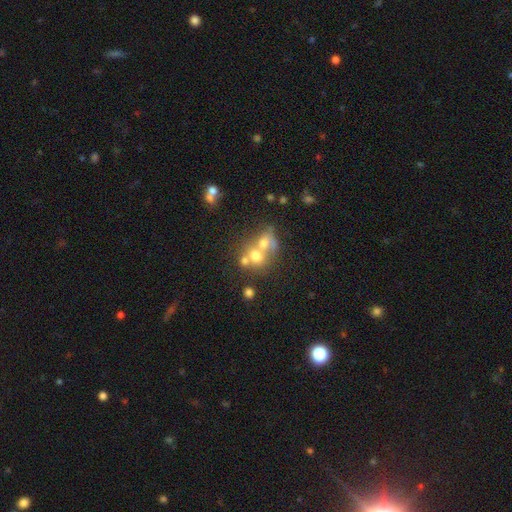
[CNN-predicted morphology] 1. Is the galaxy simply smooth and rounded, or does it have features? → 60% smooth, 26% featured or disk, 14% star or artifact.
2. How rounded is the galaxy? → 65% round, 34% in between, 1% cigar-shaped.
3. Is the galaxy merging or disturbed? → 65% merger, 22% none, 7% minor disturbance, 6% major disturbance.